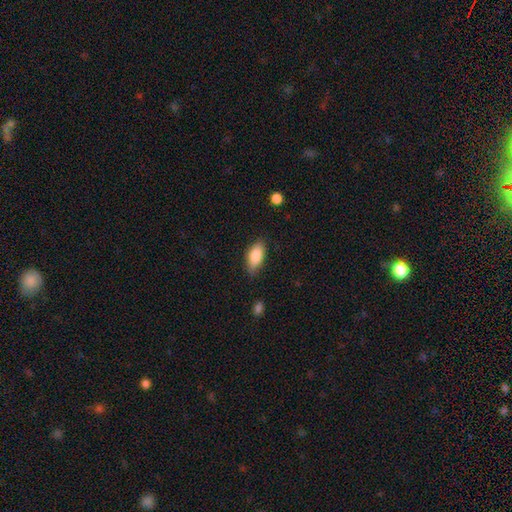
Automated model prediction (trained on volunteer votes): This is clearly a smooth galaxy (84%). How rounded: clearly in between (89%). Merging: likely none (79%).